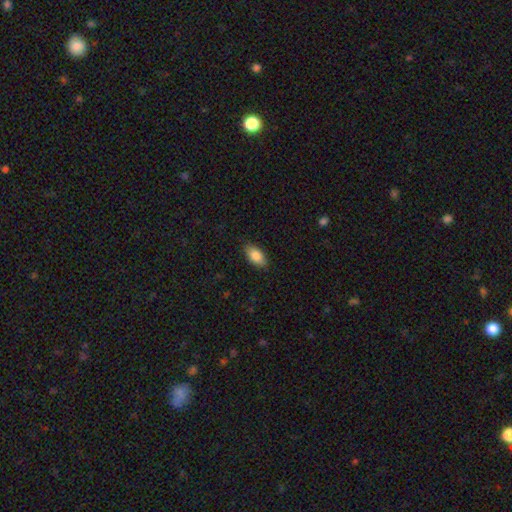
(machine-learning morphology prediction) type=smooth (85%); roundness=in between (92%); merging=none (86%).